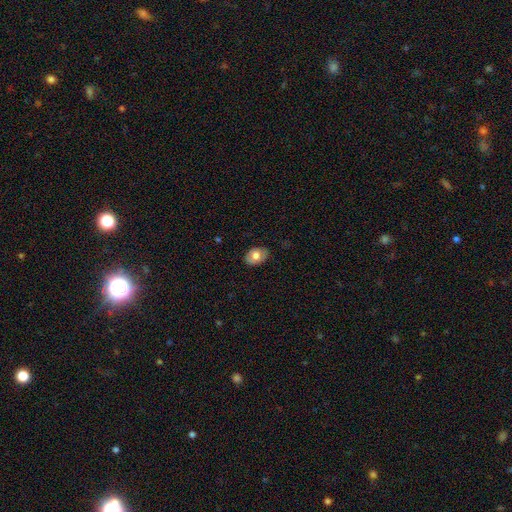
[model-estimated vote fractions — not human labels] Overall: smooth (70%). How rounded: in between (82%). Merging: none (84%).